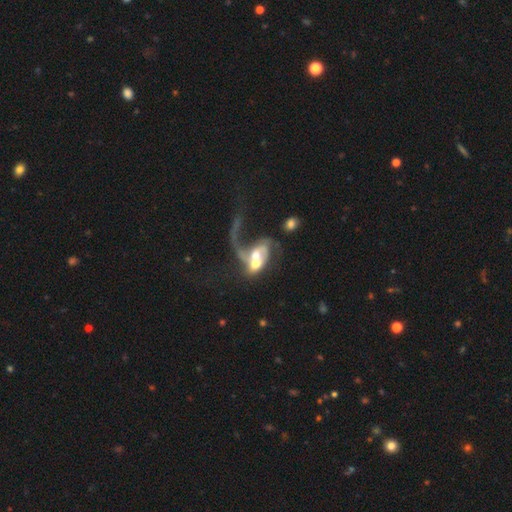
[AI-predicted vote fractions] featured or disk 61%, smooth 31%, star or artifact 8%. Down the decision tree: edge-on disk — no (95%); bar — no (68%); spiral arms — yes (61%); bulge size — moderate (56%); merging — merger (68%).